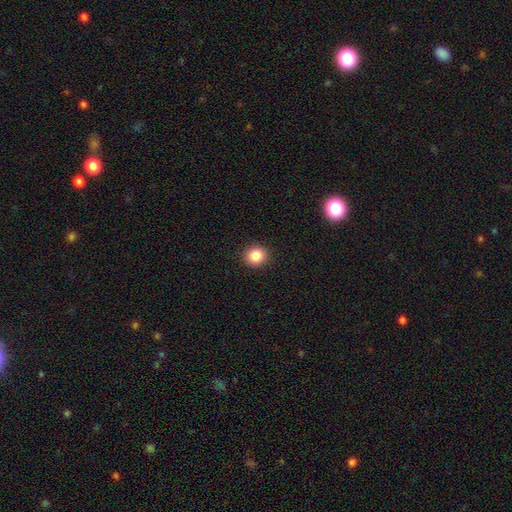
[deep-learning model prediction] Morphology: type=smooth (86%); roundness=round (87%); merging=none (92%).